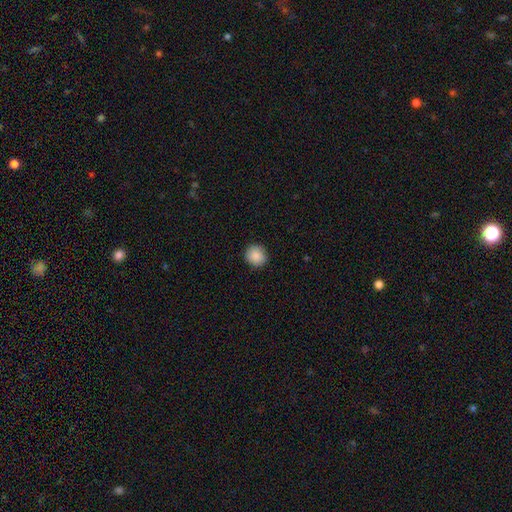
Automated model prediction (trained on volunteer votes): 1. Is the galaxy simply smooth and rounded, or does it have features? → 89% smooth, 8% star or artifact, 3% featured or disk.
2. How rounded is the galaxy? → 91% round, 8% in between, 1% cigar-shaped.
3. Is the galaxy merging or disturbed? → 90% none, 7% minor disturbance, 2% major disturbance, 1% merger.